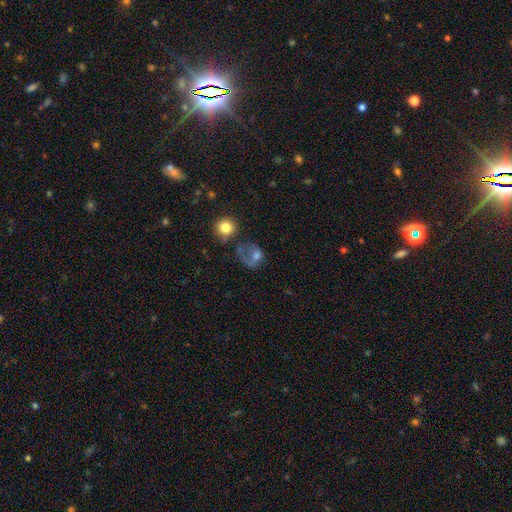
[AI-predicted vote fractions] Smooth or featured: smooth — 57% (featured or disk — 29%)
How rounded: round — 56% (in between — 43%)
Merging: major disturbance — 43% (none — 26%)